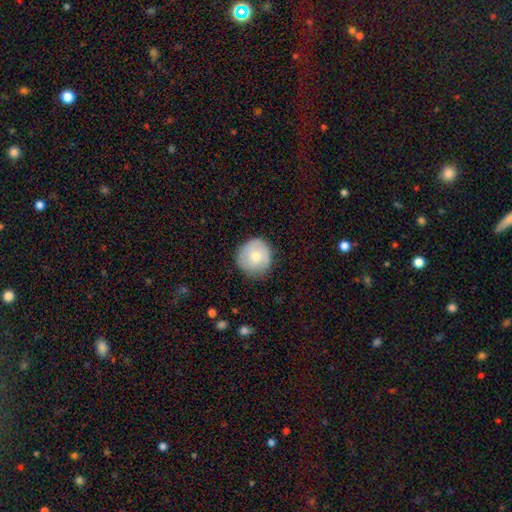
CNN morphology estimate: Q: Smooth or featured?
A: smooth (70%); runner-up: featured or disk (24%)
Q: How rounded?
A: round (92%); runner-up: in between (7%)
Q: Merging?
A: none (79%); runner-up: minor disturbance (16%)